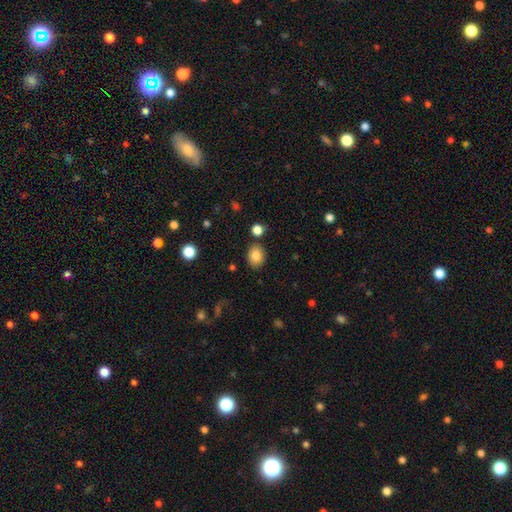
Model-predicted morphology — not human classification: smooth-or-featured: smooth: 84% | star or artifact: 9% | featured or disk: 7%
  how-rounded: round: 53% | in between: 46% | cigar-shaped: 1%
  merging: none: 84% | minor disturbance: 9% | merger: 4% | major disturbance: 3%